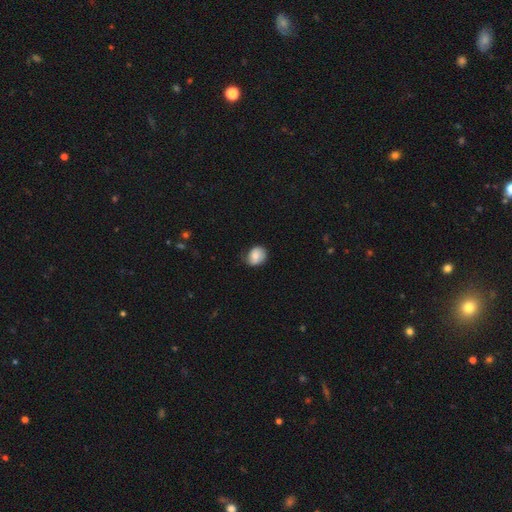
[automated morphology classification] Q: Smooth or featured?
A: smooth (72%); runner-up: featured or disk (20%)
Q: How rounded?
A: round (57%); runner-up: in between (42%)
Q: Merging?
A: none (61%); runner-up: minor disturbance (30%)